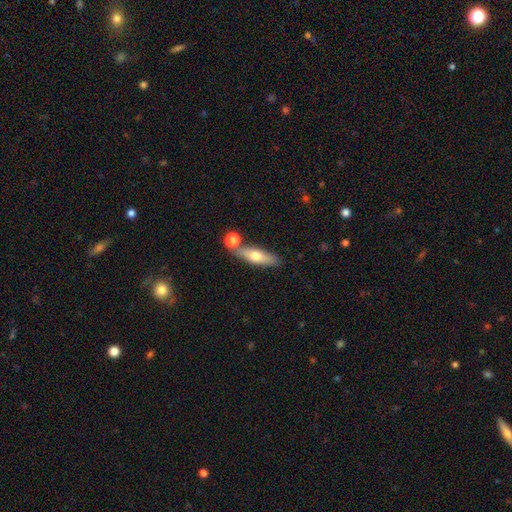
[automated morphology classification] A smooth galaxy with no disk features (60%) that is cigar-shaped (55%). Merging: none (68%).